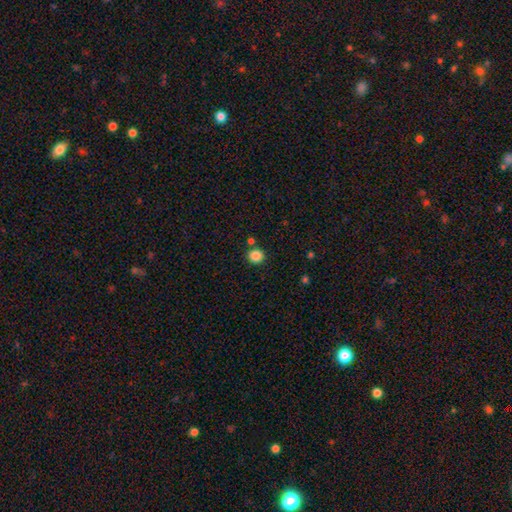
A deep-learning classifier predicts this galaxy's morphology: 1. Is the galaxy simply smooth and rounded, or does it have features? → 85% smooth, 11% star or artifact, 4% featured or disk.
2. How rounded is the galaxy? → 92% round, 7% in between, 1% cigar-shaped.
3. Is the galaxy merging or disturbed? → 84% none, 7% merger, 7% minor disturbance, 2% major disturbance.